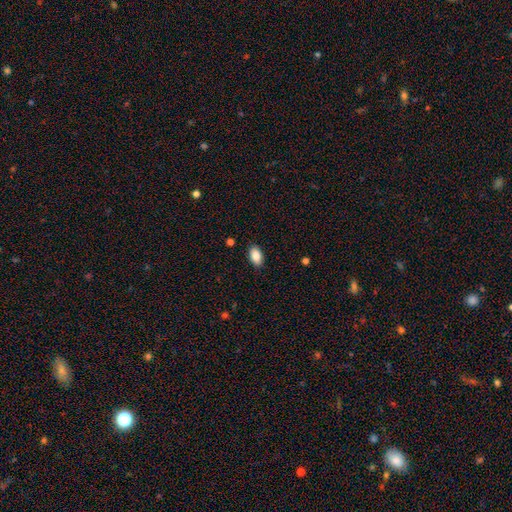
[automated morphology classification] Smooth or featured? Predicted: smooth (p=0.86). How rounded? Predicted: in between (p=0.93). Merging? Predicted: none (p=0.88).